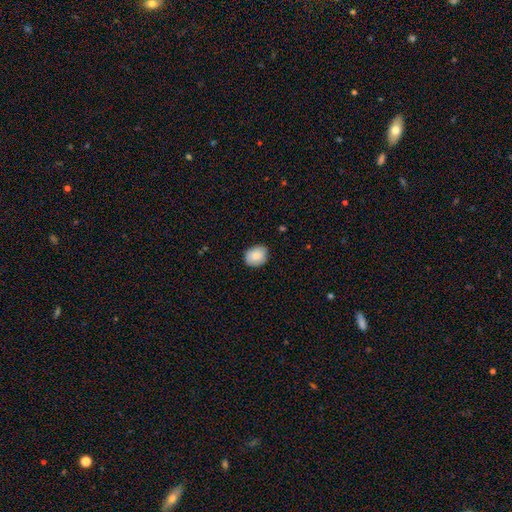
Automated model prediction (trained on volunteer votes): smooth_or_featured: smooth (p=0.88) [alt: star or artifact p=0.07]
how_rounded: in between (p=0.54) [alt: round p=0.45]
merging: none (p=0.84) [alt: minor disturbance p=0.12]